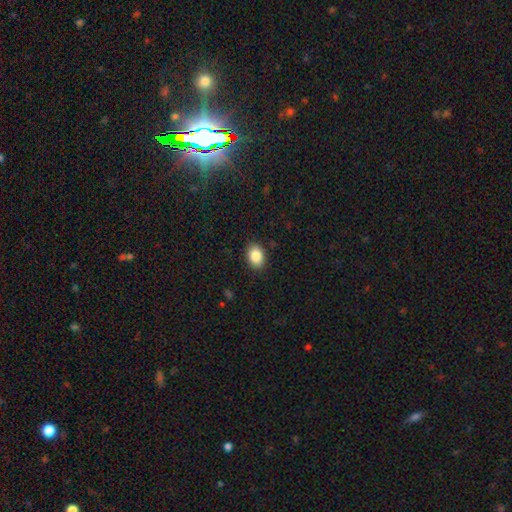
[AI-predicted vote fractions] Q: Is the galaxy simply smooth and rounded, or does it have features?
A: smooth — 88%.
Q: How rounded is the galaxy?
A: in between — 79%.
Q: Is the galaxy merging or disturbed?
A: none — 89%.